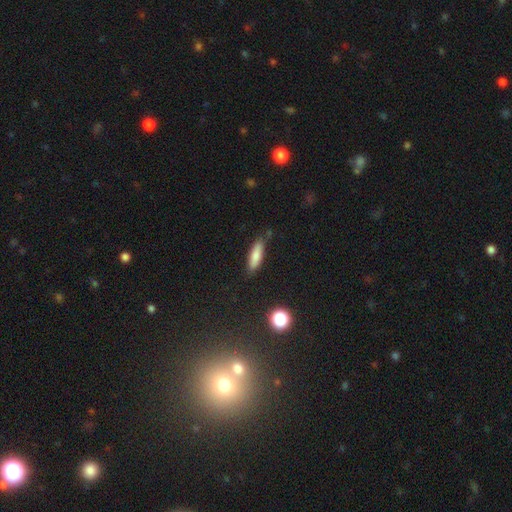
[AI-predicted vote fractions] The model was most divided on "how rounded": cigar-shaped: 55%, in between: 42%, round: 2%. More confident: smooth or featured — smooth (80%); merging — none (78%).